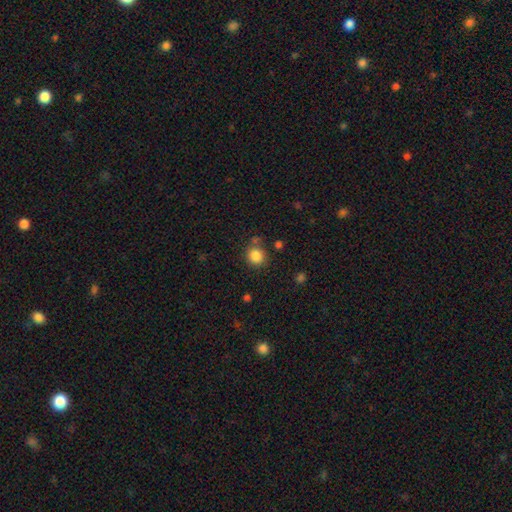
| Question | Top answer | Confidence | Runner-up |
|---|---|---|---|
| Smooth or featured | smooth | 88% | star or artifact (10%) |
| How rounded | round | 91% | in between (9%) |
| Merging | none | 69% | minor disturbance (17%) |